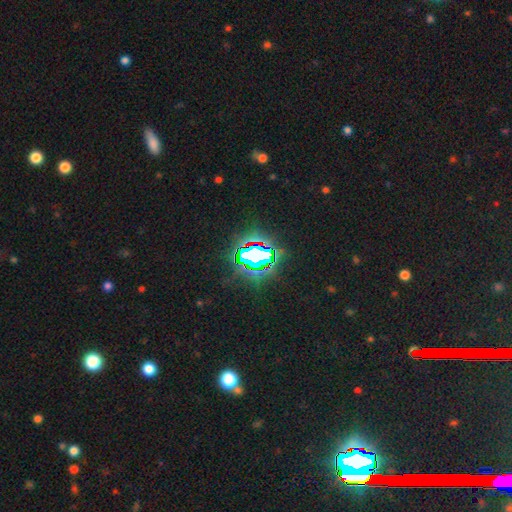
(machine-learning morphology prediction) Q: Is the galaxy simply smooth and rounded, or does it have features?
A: star or artifact — 76%.